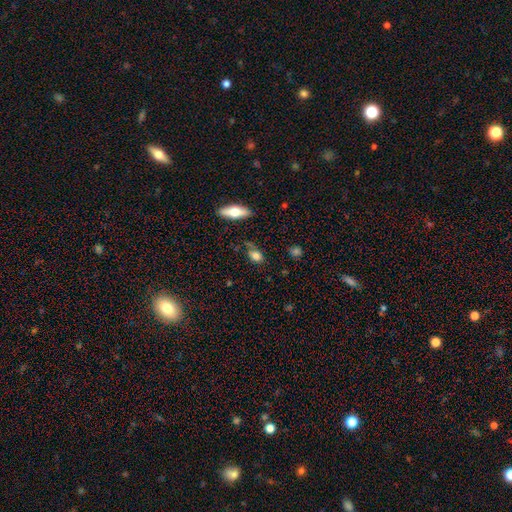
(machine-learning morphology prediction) smooth 78%, featured or disk 13%, star or artifact 9%. Down the decision tree: how rounded — in between (77%); merging — none (62%).